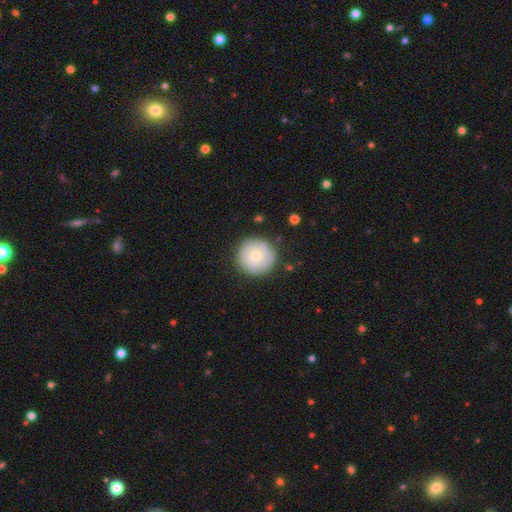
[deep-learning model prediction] This is likely a smooth galaxy (64%). How rounded: clearly round (96%). Merging: clearly none (86%).